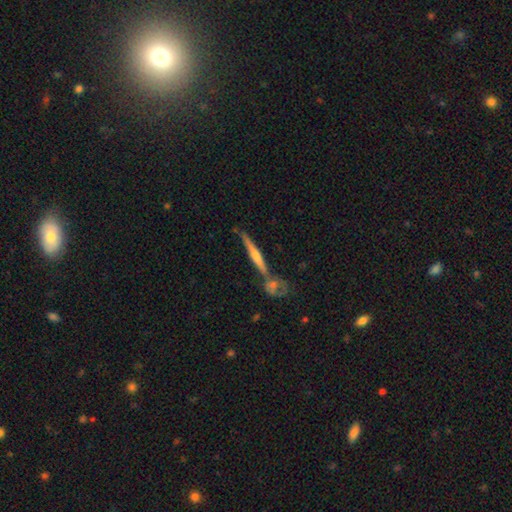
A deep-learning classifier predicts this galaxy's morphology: Smooth or featured?
  - featured or disk: 74% *
  - smooth: 19%
  - star or artifact: 7%
Edge-on disk?
  - yes: 97% *
  - no: 3%
Edge-on bulge?
  - rounded: 69% *
  - none: 20%
  - boxy: 12%
Merging?
  - none: 73% *
  - merger: 14%
  - minor disturbance: 10%
  - major disturbance: 3%